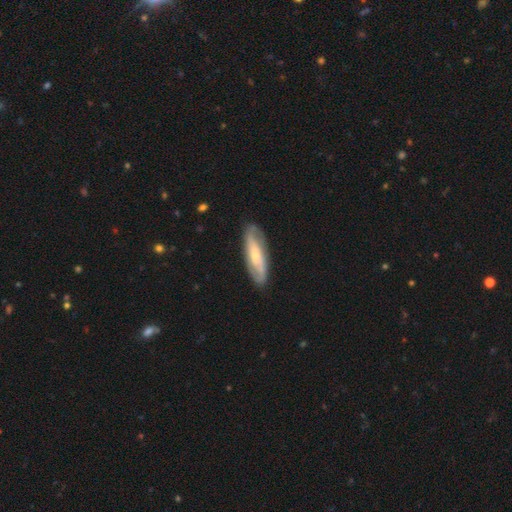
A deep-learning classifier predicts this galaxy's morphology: Q: Smooth or featured?
A: featured or disk (66%); runner-up: smooth (29%)
Q: Edge-on disk?
A: no (80%); runner-up: yes (20%)
Q: Bar?
A: no (55%); runner-up: weak (29%)
Q: Spiral arms?
A: yes (80%); runner-up: no (20%)
Q: Bulge size?
A: small (62%); runner-up: moderate (32%)
Q: Merging?
A: none (81%); runner-up: minor disturbance (14%)